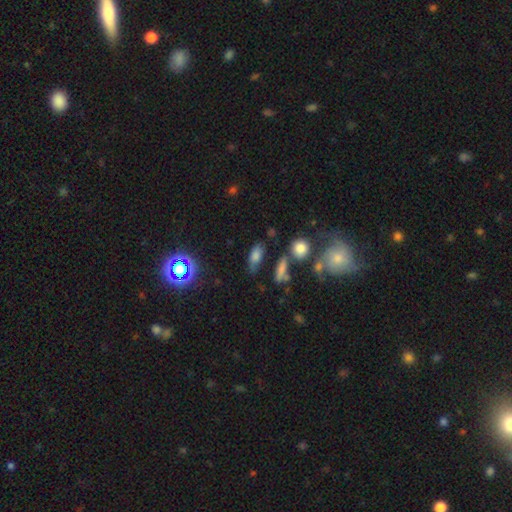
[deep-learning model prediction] Q: Smooth or featured?
A: smooth (68%); runner-up: star or artifact (16%)
Q: How rounded?
A: in between (78%); runner-up: cigar-shaped (15%)
Q: Merging?
A: none (59%); runner-up: minor disturbance (23%)